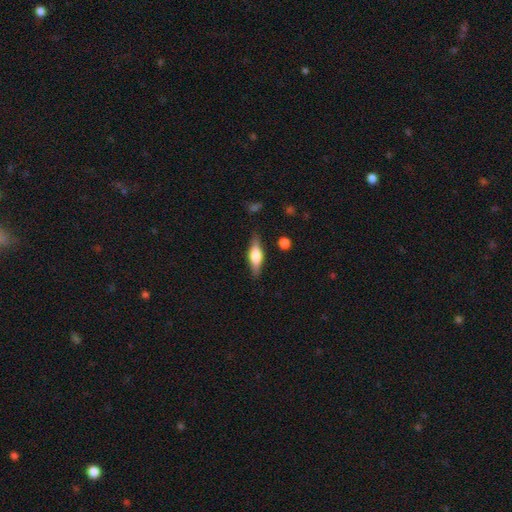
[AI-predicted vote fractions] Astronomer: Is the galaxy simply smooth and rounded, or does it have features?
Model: featured or disk — 51% (runner-up: smooth, 42%).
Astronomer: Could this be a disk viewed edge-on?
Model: yes — 93%.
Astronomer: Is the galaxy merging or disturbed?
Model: none — 83%.